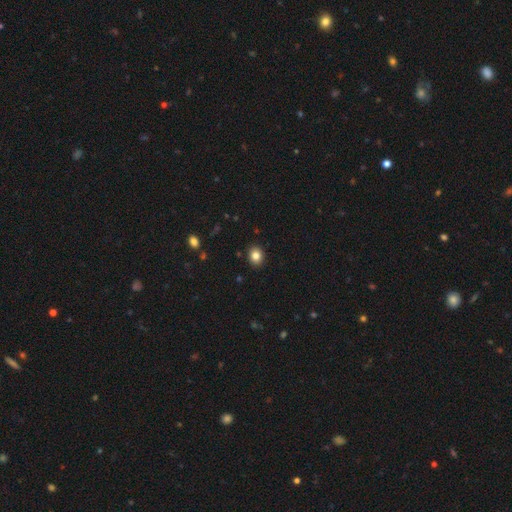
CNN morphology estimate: This appears to be a smooth galaxy with no disk features (83%) that is round (55%). Merging: none (90%).